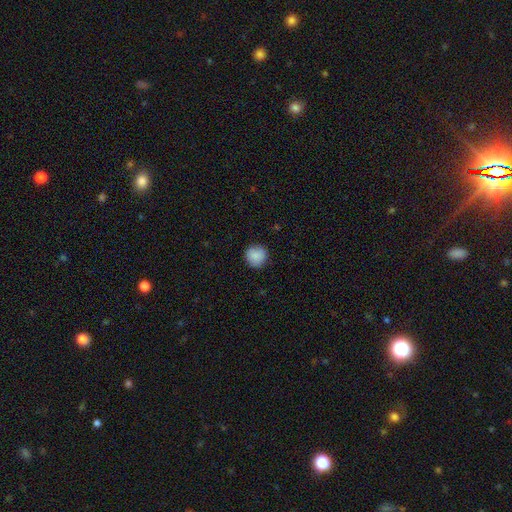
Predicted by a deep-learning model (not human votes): Smooth or featured: smooth — 88% (star or artifact — 8%)
How rounded: round — 93% (in between — 6%)
Merging: none — 88% (minor disturbance — 9%)